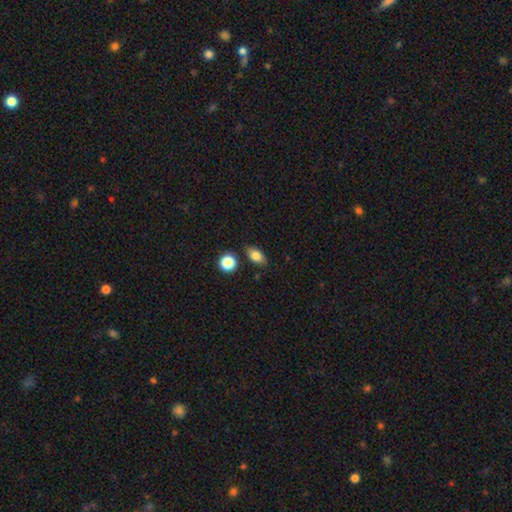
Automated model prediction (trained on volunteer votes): The model was most divided on "how rounded": in between: 83%, round: 13%, cigar-shaped: 4%. More confident: merging — none (82%); smooth or featured — smooth (81%).